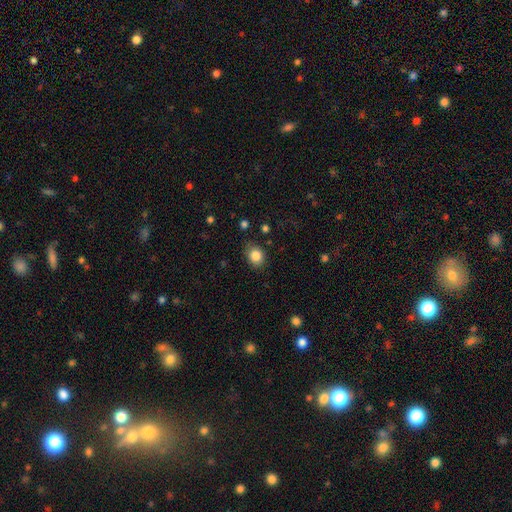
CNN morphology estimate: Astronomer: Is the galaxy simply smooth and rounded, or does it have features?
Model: smooth — 84%.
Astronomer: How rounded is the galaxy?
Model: in between — 55% (runner-up: round, 44%).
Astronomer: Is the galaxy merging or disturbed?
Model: none — 77%.